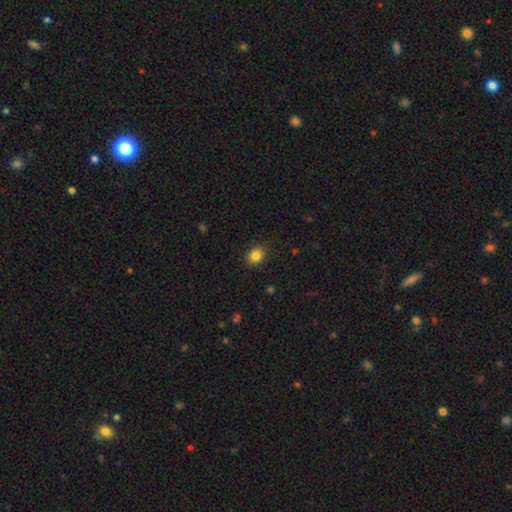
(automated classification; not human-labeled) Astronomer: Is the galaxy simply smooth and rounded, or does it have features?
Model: smooth — 85%.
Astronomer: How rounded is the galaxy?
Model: round — 57% (runner-up: in between, 43%).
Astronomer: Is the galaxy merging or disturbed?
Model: none — 87%.